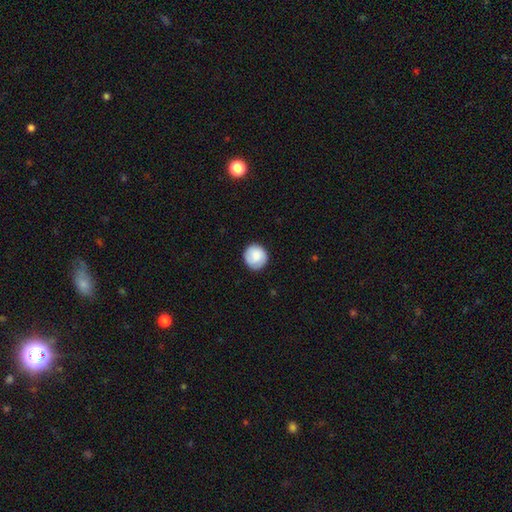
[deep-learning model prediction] This is clearly a smooth galaxy (86%). How rounded: clearly round (91%). Merging: clearly none (86%).